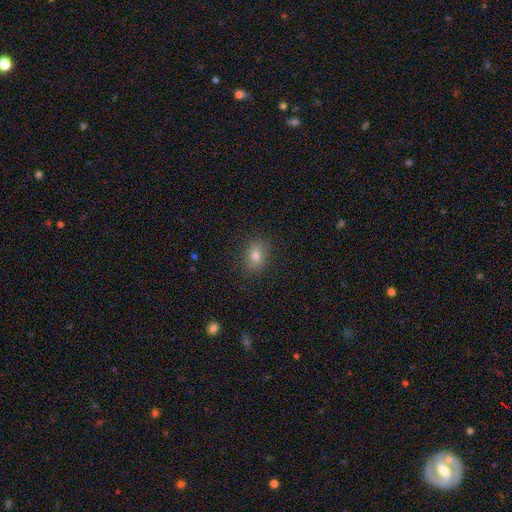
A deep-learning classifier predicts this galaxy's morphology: type=smooth (77%); roundness=in between (59%); merging=none (87%).